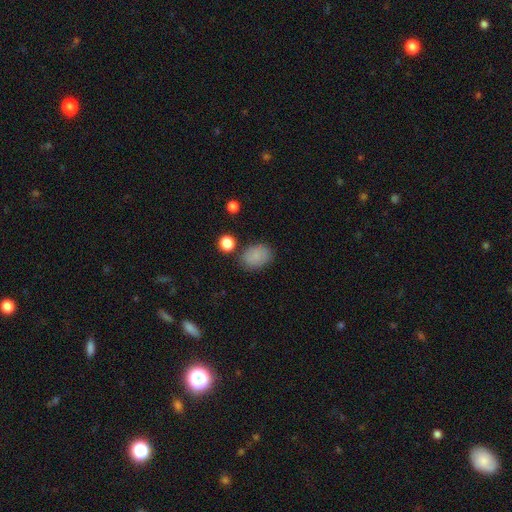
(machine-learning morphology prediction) This appears to be a smooth galaxy with no disk features (85%) that is in between round and cigar-shaped (78%). Merging: none (79%).